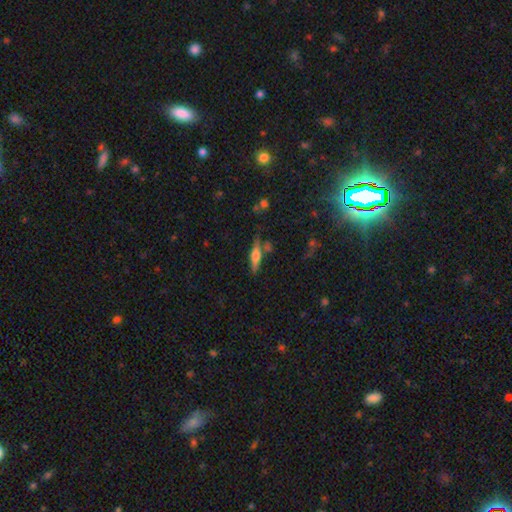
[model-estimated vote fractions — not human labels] Morphology: type=featured or disk (53%); edge-on=yes (94%); edge-on bulge=rounded (86%); merging=none (71%).